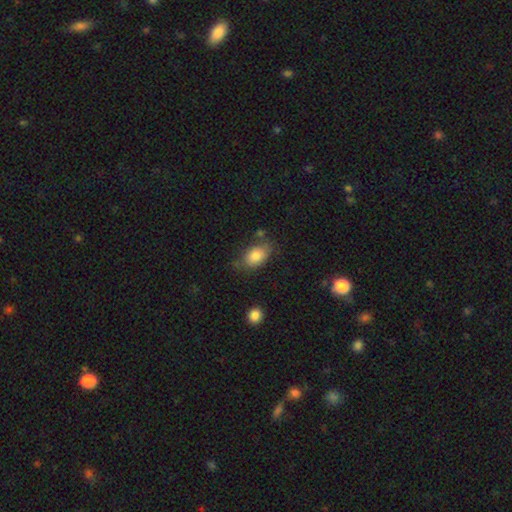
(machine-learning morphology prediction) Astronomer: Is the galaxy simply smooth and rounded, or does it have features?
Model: smooth — 81%.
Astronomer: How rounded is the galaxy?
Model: in between — 87%.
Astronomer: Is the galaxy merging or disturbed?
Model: none — 63%.